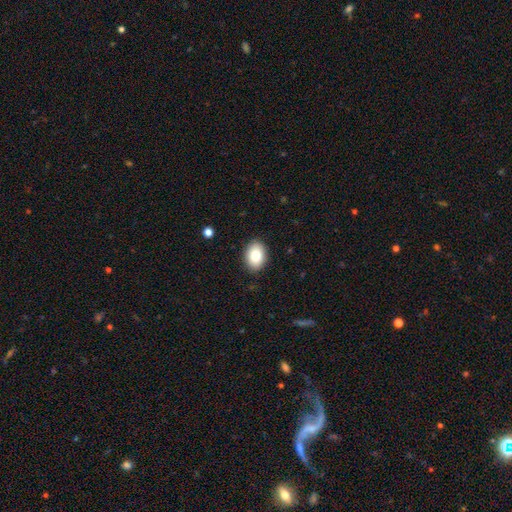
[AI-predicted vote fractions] The model was most divided on "how rounded": in between: 78%, round: 21%, cigar-shaped: 1%. More confident: merging — none (89%); smooth or featured — smooth (84%).